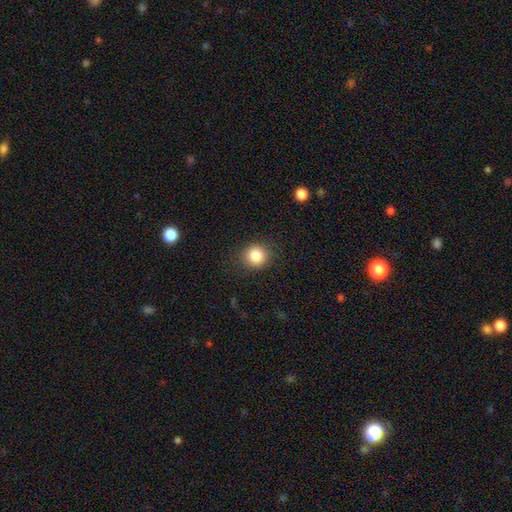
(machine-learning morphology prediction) A smooth galaxy with no disk features (85%) that is round (87%). Merging: none (87%).